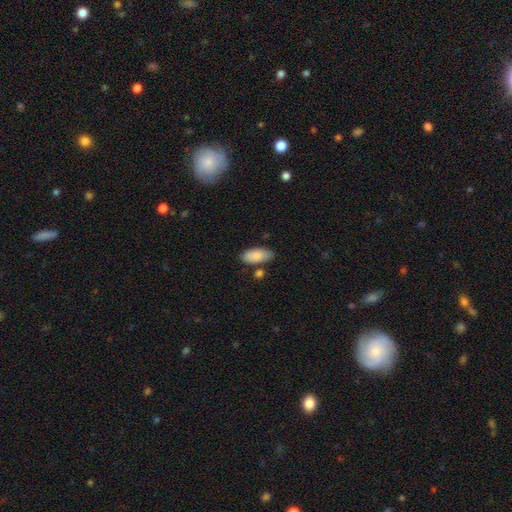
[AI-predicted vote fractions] Smooth or featured?
  - smooth: 86% *
  - featured or disk: 8%
  - star or artifact: 6%
How rounded?
  - in between: 90% *
  - cigar-shaped: 8%
  - round: 2%
Merging?
  - none: 75% *
  - minor disturbance: 14%
  - merger: 7%
  - major disturbance: 3%